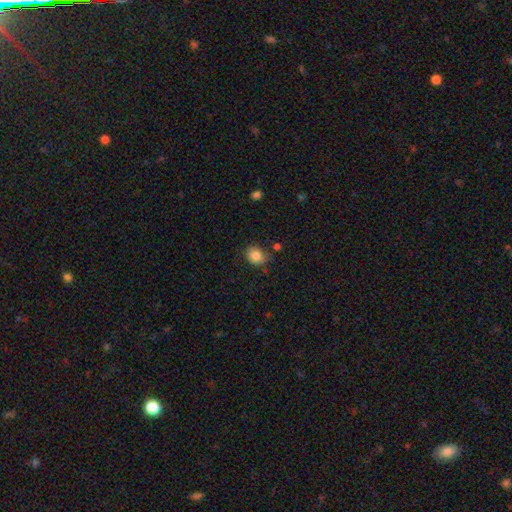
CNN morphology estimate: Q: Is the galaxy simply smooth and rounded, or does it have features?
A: smooth — 84%.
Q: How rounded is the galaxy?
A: round — 68%.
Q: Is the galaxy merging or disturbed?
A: none — 72%.